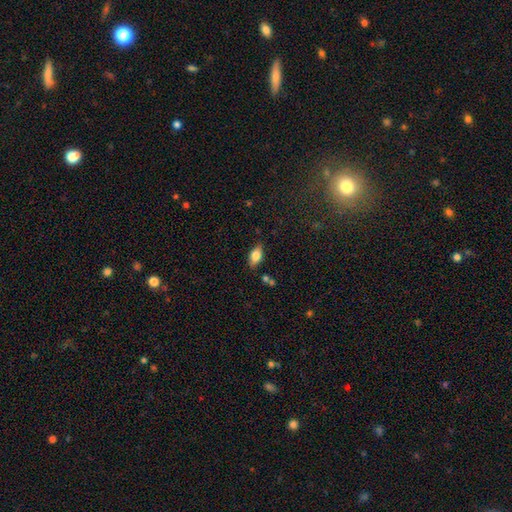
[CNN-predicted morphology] The model was most divided on "merging": none: 80%, minor disturbance: 14%, major disturbance: 3%, merger: 3%. More confident: how rounded — in between (90%); smooth or featured — smooth (80%).